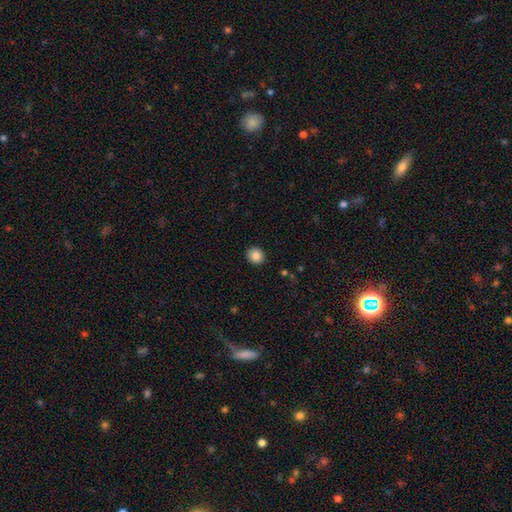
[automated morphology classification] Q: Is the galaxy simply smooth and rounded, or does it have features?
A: smooth — 85%.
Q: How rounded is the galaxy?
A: round — 86%.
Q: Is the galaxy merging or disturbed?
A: none — 91%.